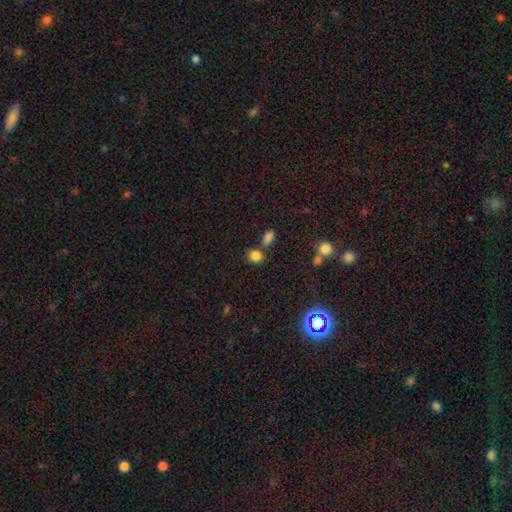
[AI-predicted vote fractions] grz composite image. It shows a smooth galaxy with no disk features (82%) that is round (63%). Merging: none (65%).